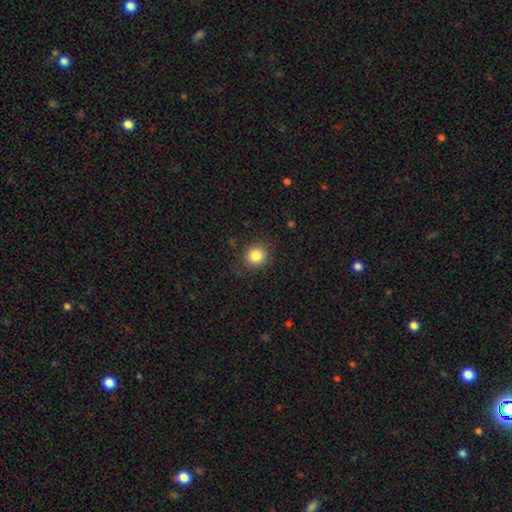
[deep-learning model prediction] smooth 84%, star or artifact 11%, featured or disk 6%. Down the decision tree: how rounded — round (88%); merging — none (84%).